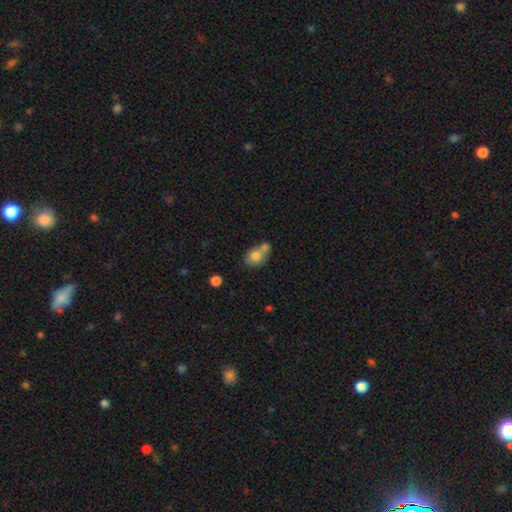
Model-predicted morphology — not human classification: Smooth or featured?
  - smooth: 78% *
  - featured or disk: 12%
  - star or artifact: 9%
How rounded?
  - round: 60% *
  - in between: 39%
  - cigar-shaped: 1%
Merging?
  - merger: 52% *
  - none: 36%
  - minor disturbance: 10%
  - major disturbance: 3%